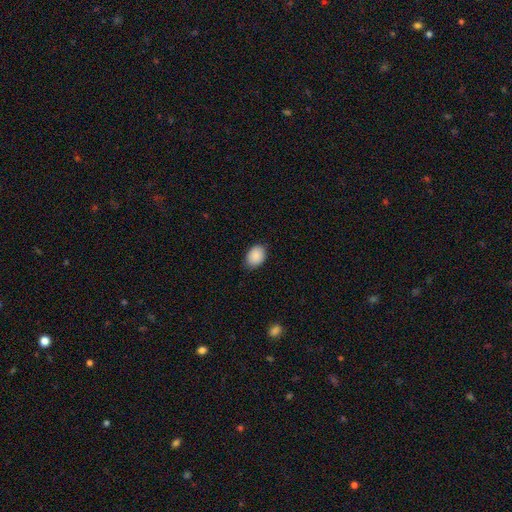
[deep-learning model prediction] smooth-or-featured: smooth: 89% | star or artifact: 7% | featured or disk: 4%
  how-rounded: in between: 75% | round: 24% | cigar-shaped: 1%
  merging: none: 84% | minor disturbance: 13% | major disturbance: 2% | merger: 1%